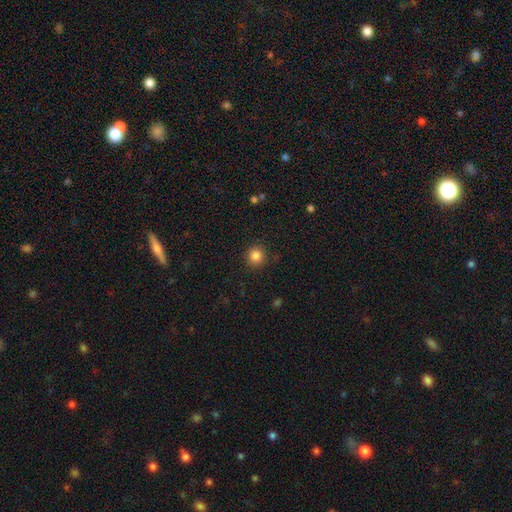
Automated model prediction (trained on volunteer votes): smooth-or-featured: smooth: 85% | star or artifact: 11% | featured or disk: 4%
  how-rounded: round: 93% | in between: 6% | cigar-shaped: 1%
  merging: none: 90% | minor disturbance: 6% | major disturbance: 2% | merger: 1%